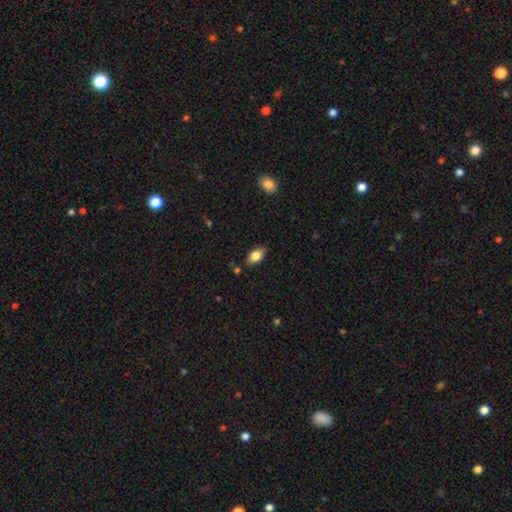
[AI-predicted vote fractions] This appears to be a smooth galaxy with no disk features (82%) that is in between round and cigar-shaped (88%). Merging: none (81%).